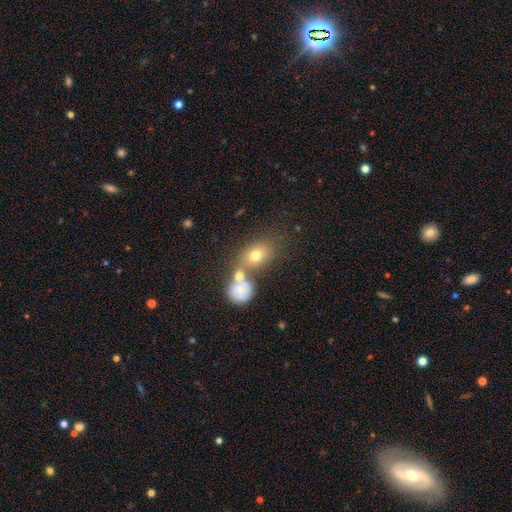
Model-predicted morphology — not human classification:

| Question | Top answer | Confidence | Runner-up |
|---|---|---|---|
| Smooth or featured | smooth | 70% | featured or disk (16%) |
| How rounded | in between | 54% | round (44%) |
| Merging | none | 44% | merger (39%) |